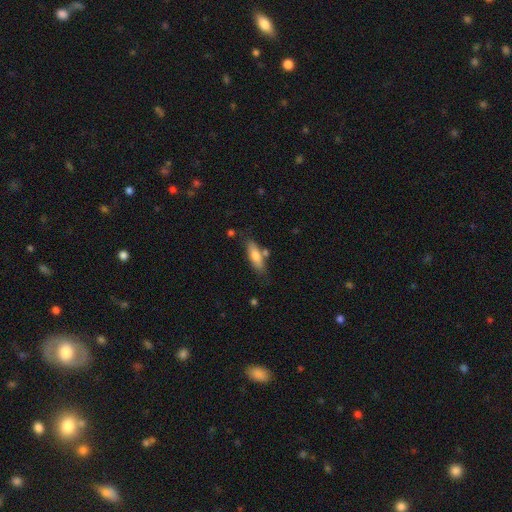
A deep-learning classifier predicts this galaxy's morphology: Q: Smooth or featured?
A: smooth (72%); runner-up: featured or disk (22%)
Q: How rounded?
A: in between (52%); runner-up: cigar-shaped (46%)
Q: Merging?
A: none (71%); runner-up: minor disturbance (16%)